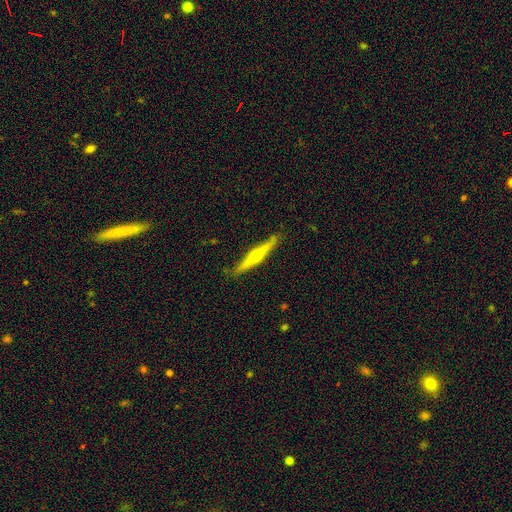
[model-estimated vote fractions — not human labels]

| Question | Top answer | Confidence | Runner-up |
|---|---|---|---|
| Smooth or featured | featured or disk | 70% | smooth (25%) |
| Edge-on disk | yes | 98% | no (2%) |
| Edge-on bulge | rounded | 90% | none (6%) |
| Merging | none | 87% | minor disturbance (10%) |